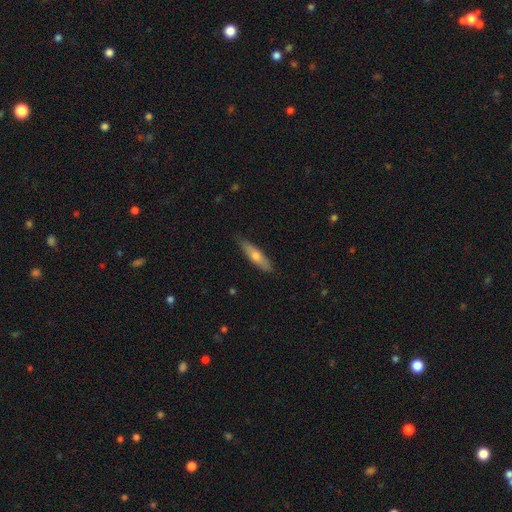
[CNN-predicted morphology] Smooth or featured: smooth — 54% (featured or disk — 40%)
How rounded: cigar-shaped — 80% (in between — 18%)
Merging: none — 85% (minor disturbance — 12%)